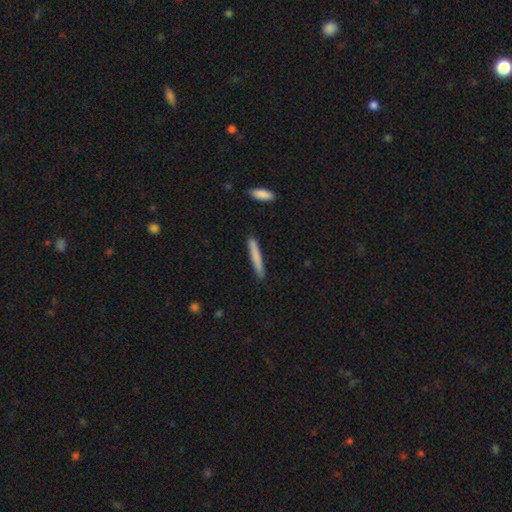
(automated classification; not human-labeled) Smooth or featured: smooth — 76% (featured or disk — 18%)
How rounded: cigar-shaped — 96% (in between — 3%)
Merging: none — 88% (minor disturbance — 8%)